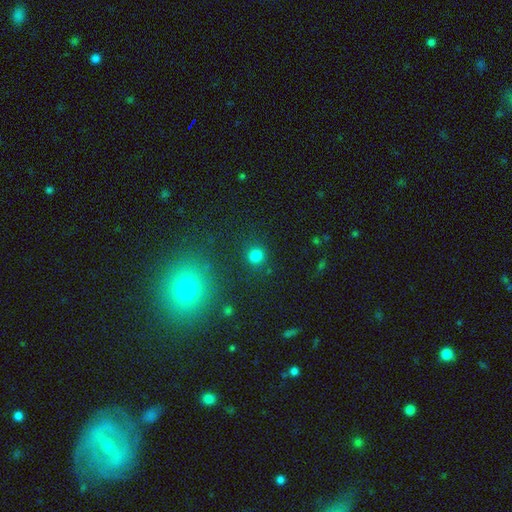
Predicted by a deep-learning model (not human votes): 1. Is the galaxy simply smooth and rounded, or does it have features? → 81% smooth, 15% star or artifact, 4% featured or disk.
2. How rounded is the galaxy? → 89% round, 10% in between, 1% cigar-shaped.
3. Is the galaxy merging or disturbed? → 84% none, 8% minor disturbance, 4% merger, 4% major disturbance.